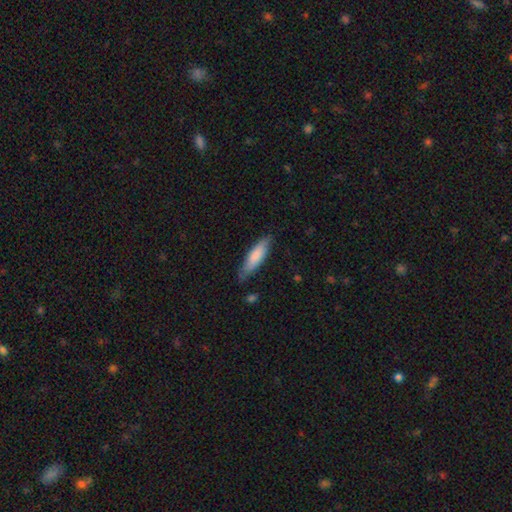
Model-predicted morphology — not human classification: Smooth or featured: smooth — 79% (featured or disk — 15%)
How rounded: cigar-shaped — 63% (in between — 36%)
Merging: none — 77% (minor disturbance — 19%)